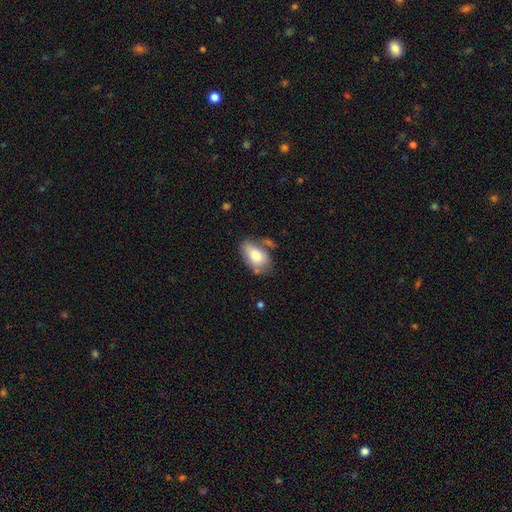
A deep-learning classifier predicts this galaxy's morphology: A smooth galaxy with no disk features (77%) that is in between round and cigar-shaped (92%).

Vote fractions:
- Smooth or featured? smooth: 77% / featured or disk: 16% / star or artifact: 6%
- How rounded? in between: 92% / round: 6% / cigar-shaped: 2%
- Merging? none: 58% / minor disturbance: 24% / merger: 12% / major disturbance: 7%